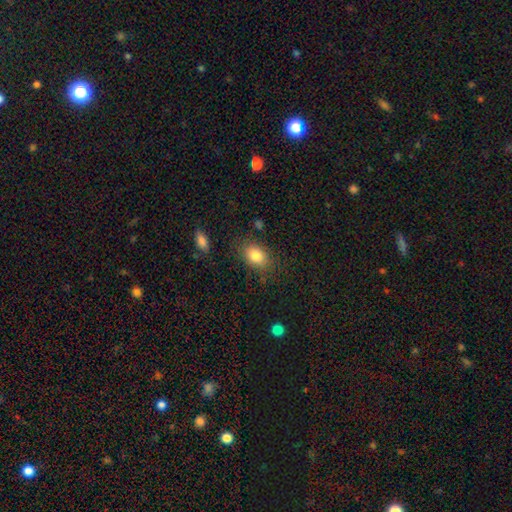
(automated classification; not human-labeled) Smooth or featured? smooth (84%)
How rounded? in between (80%)
Merging? none (79%)